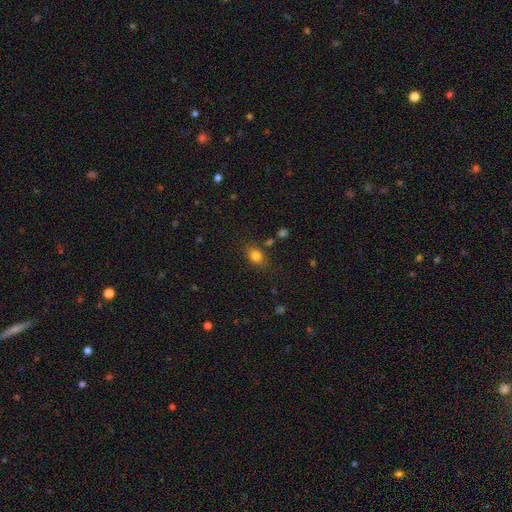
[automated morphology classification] This appears to be a smooth galaxy with no disk features (82%) that is in between round and cigar-shaped (64%). Merging: none (79%).